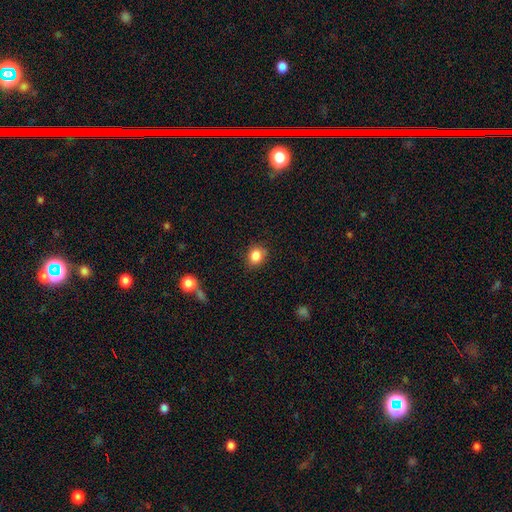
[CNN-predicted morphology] smooth 85%, star or artifact 10%, featured or disk 5%. Down the decision tree: how rounded — round (63%); merging — none (81%).